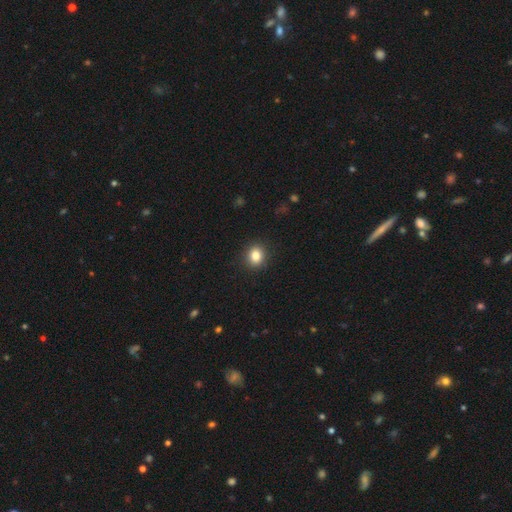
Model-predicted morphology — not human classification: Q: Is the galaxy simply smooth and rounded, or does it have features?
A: smooth — 84%.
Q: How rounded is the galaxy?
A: round — 71%.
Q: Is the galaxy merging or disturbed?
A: none — 91%.